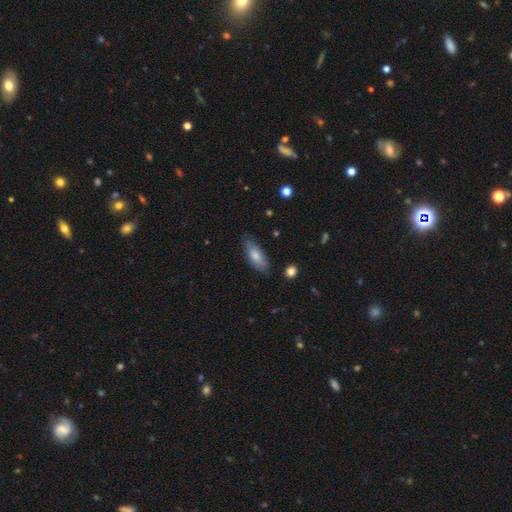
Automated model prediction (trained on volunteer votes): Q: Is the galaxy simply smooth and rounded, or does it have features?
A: smooth — 71%.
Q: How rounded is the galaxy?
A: in between — 73%.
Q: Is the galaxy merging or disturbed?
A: none — 74%.